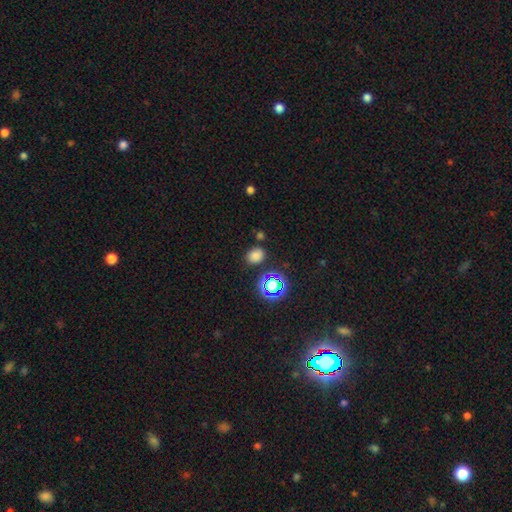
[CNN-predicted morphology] Smooth or featured? Predicted: smooth (p=0.73). How rounded? Predicted: in between (p=0.55). Merging? Predicted: none (p=0.78).